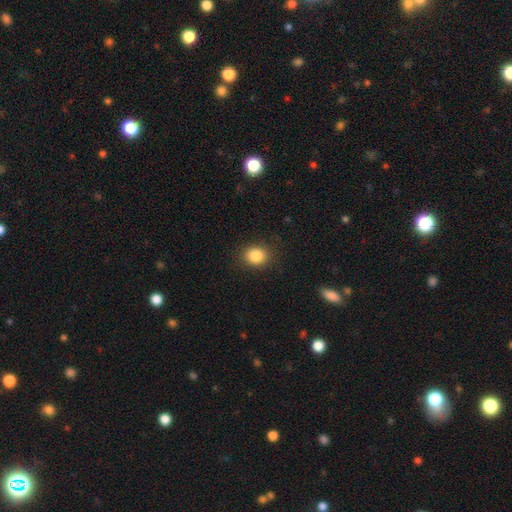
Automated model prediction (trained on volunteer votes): smooth_or_featured: smooth (p=0.86) [alt: star or artifact p=0.10]
how_rounded: round (p=0.67) [alt: in between p=0.32]
merging: none (p=0.87) [alt: minor disturbance p=0.09]